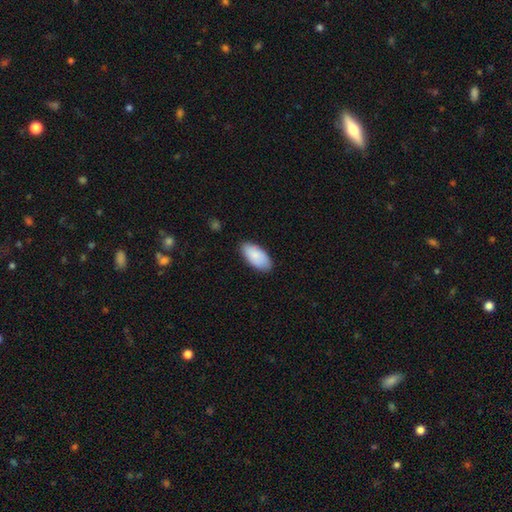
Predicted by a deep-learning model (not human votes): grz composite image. It shows a smooth galaxy with no disk features (85%) that is in between round and cigar-shaped (94%). Merging: none (83%).